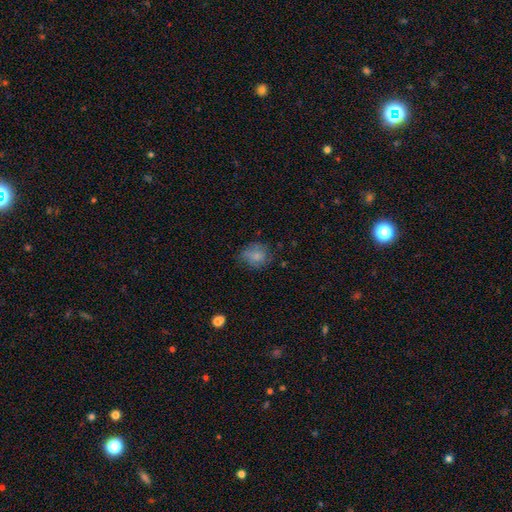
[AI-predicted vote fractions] This appears to be a smooth galaxy with no disk features (76%) that is round (66%). Merging: none (61%).